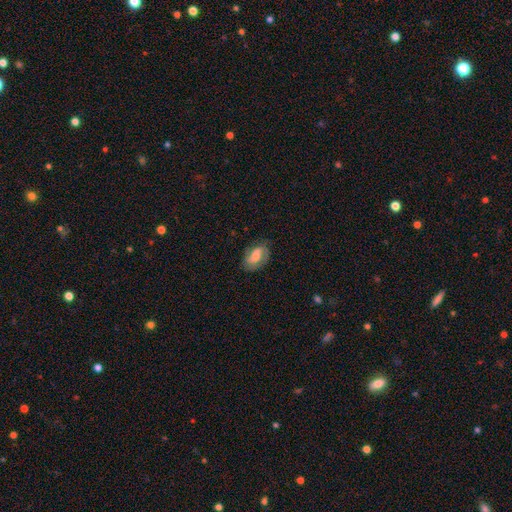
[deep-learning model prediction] Smooth or featured? featured or disk (50%)
Edge-on disk? no (95%)
Merging? none (71%)